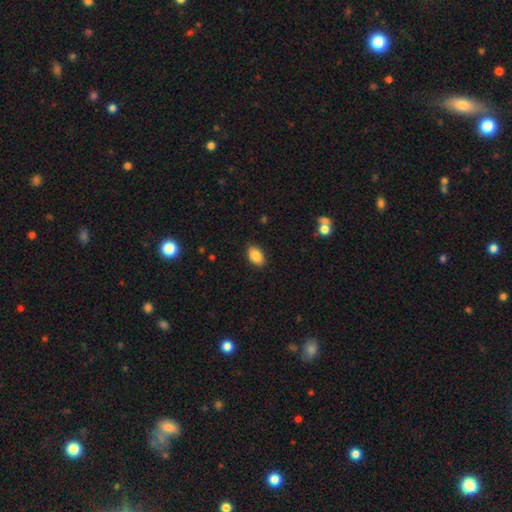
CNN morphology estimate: smooth_or_featured: smooth (p=0.86) [alt: star or artifact p=0.07]
how_rounded: in between (p=0.91) [alt: round p=0.08]
merging: none (p=0.87) [alt: minor disturbance p=0.10]